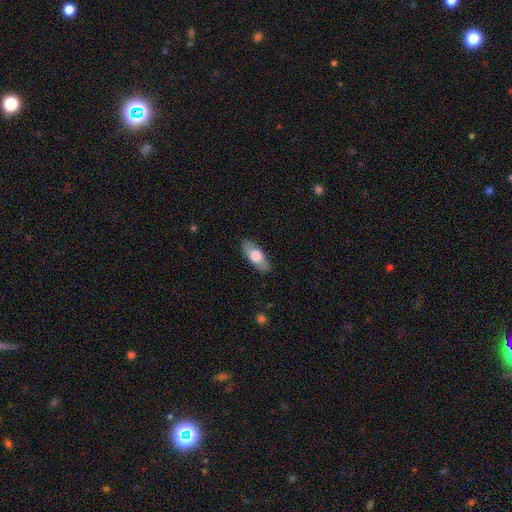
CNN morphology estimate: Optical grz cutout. It shows a smooth galaxy with no disk features (65%) that is in between round and cigar-shaped (81%). Merging: none (87%).